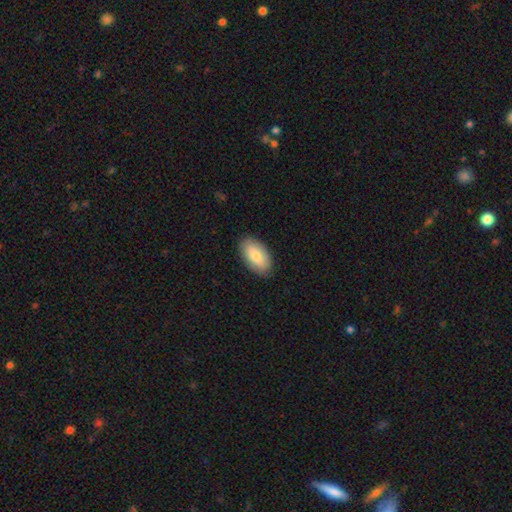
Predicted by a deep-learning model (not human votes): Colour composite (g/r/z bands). It shows a smooth galaxy with no disk features (80%) that is in between round and cigar-shaped (95%). Merging: none (87%).